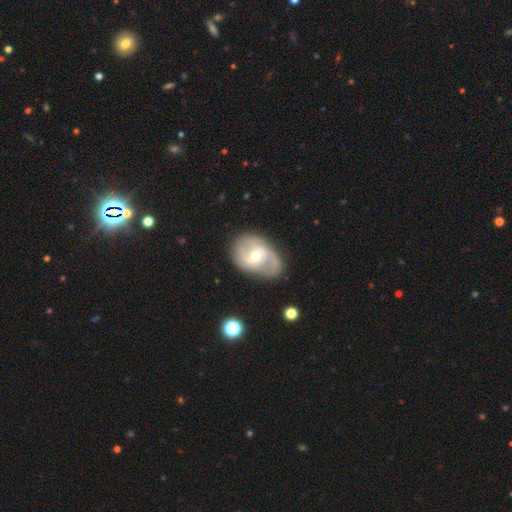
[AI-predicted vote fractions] This is likely a featured or disk galaxy (80%). It is clearly not viewed edge-on (96%). Bar: possibly weak (50%). Spiral arm pattern: clearly yes (91%). Spiral arm count: likely 2 (72%). Spiral winding: possibly medium (47%). Central bulge: possibly moderate (58%). Merging: likely none (74%).